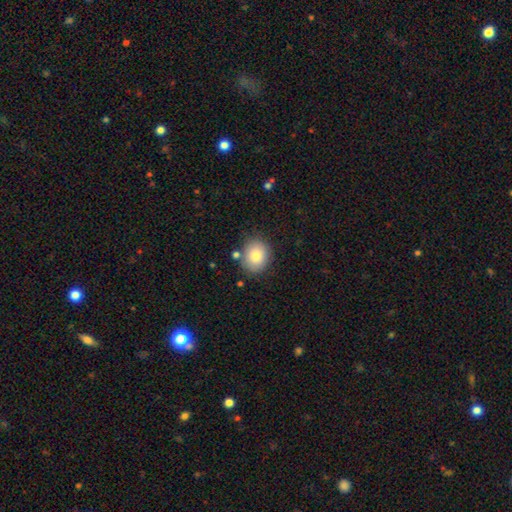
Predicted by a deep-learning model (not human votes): smooth 81%, featured or disk 10%, star or artifact 9%. Down the decision tree: how rounded — round (65%); merging — none (78%).